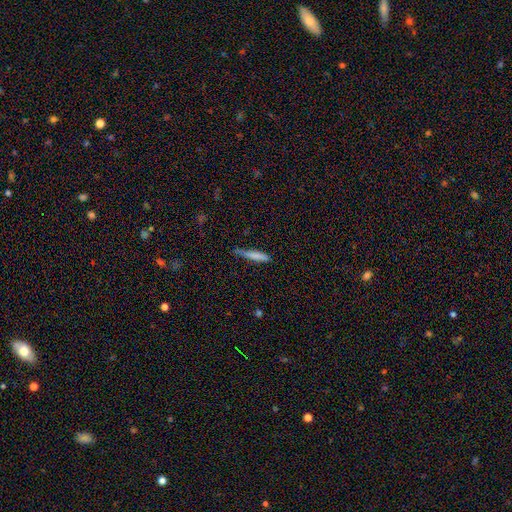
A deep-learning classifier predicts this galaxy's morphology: Smooth or featured?
  - smooth: 77% *
  - featured or disk: 16%
  - star or artifact: 7%
How rounded?
  - cigar-shaped: 90% *
  - in between: 9%
  - round: 1%
Merging?
  - none: 61% *
  - minor disturbance: 29%
  - major disturbance: 6%
  - merger: 3%